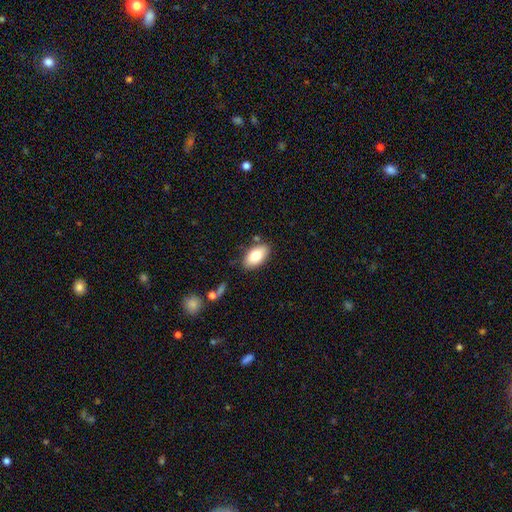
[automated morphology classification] A smooth galaxy with no disk features (80%) that is in between round and cigar-shaped (93%).

Vote fractions:
- Smooth or featured? smooth: 80% / featured or disk: 13% / star or artifact: 7%
- How rounded? in between: 93% / round: 4% / cigar-shaped: 3%
- Merging? none: 82% / minor disturbance: 12% / merger: 3% / major disturbance: 3%